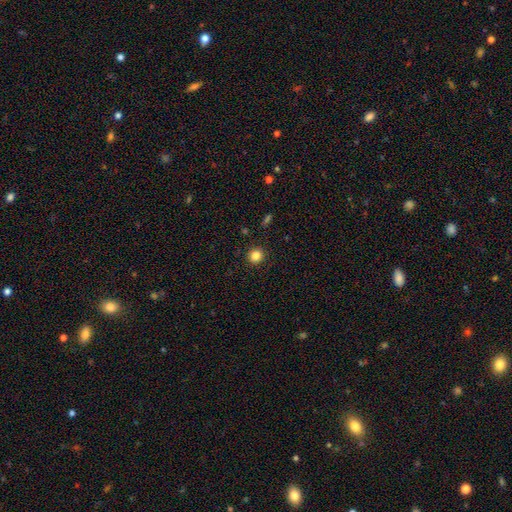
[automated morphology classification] smooth-or-featured: smooth: 84% | star or artifact: 11% | featured or disk: 4%
  how-rounded: round: 92% | in between: 8% | cigar-shaped: 1%
  merging: none: 92% | minor disturbance: 5% | major disturbance: 2% | merger: 1%